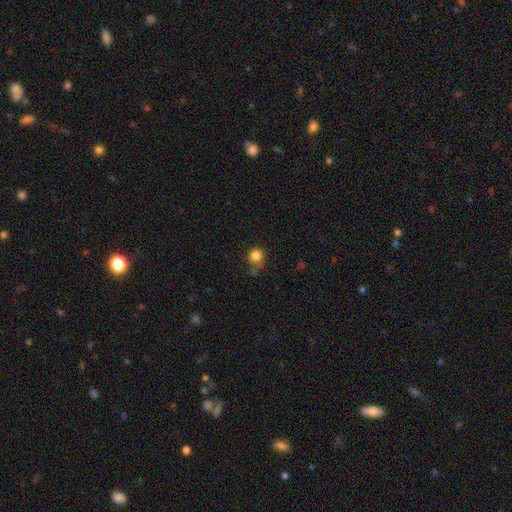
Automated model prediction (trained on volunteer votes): A smooth galaxy with no disk features (84%) that is round (90%). Merging: none (65%).